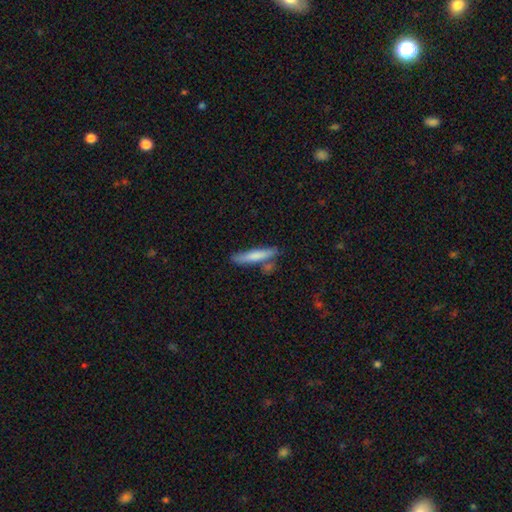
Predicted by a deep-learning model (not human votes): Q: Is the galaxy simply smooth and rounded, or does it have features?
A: smooth — 75%.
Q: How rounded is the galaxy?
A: cigar-shaped — 90%.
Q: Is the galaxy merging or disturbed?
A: none — 73%.